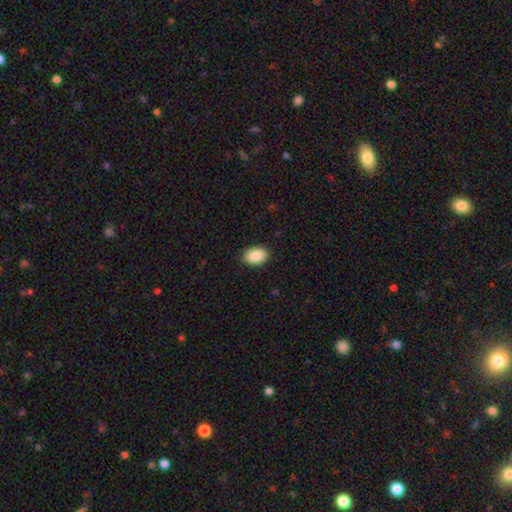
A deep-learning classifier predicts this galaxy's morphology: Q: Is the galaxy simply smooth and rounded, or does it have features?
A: smooth — 89%.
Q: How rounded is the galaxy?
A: in between — 84%.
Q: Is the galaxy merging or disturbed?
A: none — 84%.